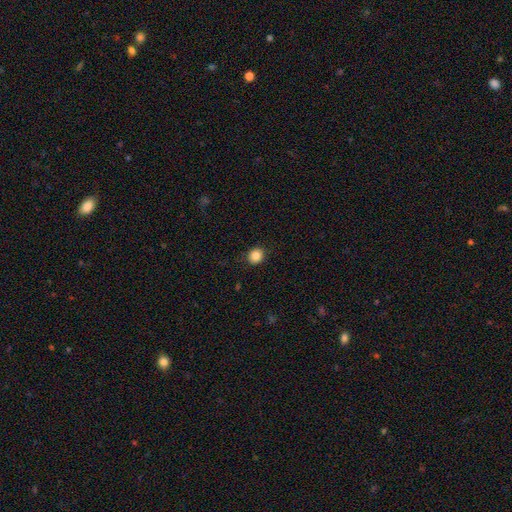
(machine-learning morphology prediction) Overall: smooth (85%). How rounded: round (80%). Merging: none (90%).